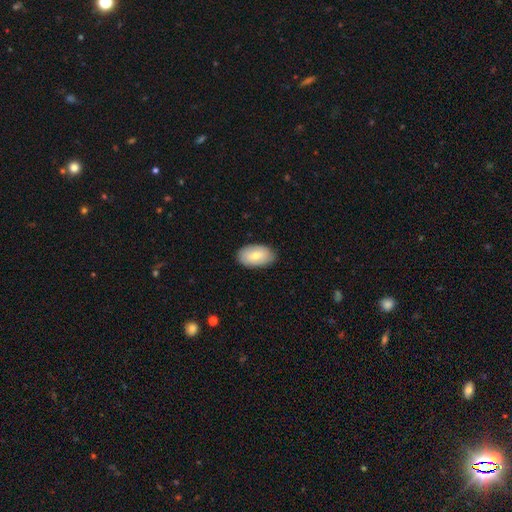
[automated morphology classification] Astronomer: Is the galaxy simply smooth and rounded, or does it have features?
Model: smooth — 74%.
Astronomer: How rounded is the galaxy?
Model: in between — 94%.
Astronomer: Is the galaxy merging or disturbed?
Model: none — 87%.